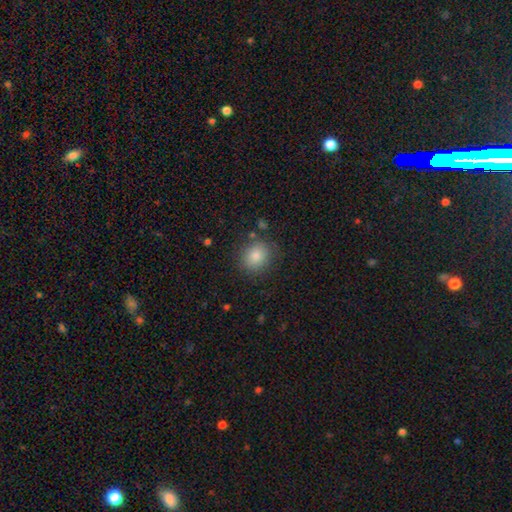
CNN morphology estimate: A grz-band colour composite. It shows a smooth galaxy with no disk features (82%) that is round (72%). Merging: none (84%).